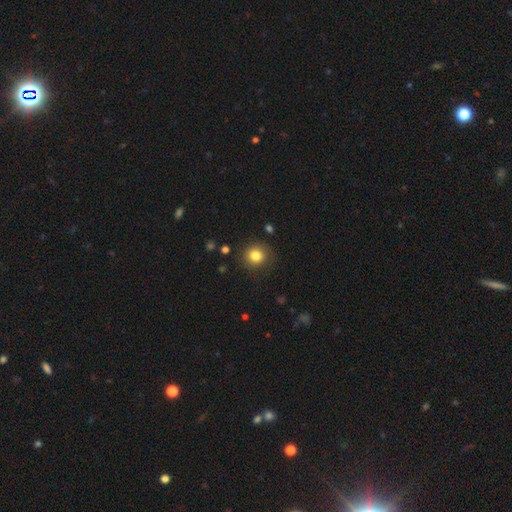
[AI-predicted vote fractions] Smooth or featured? Predicted: smooth (p=0.82). How rounded? Predicted: round (p=0.88). Merging? Predicted: none (p=0.85).